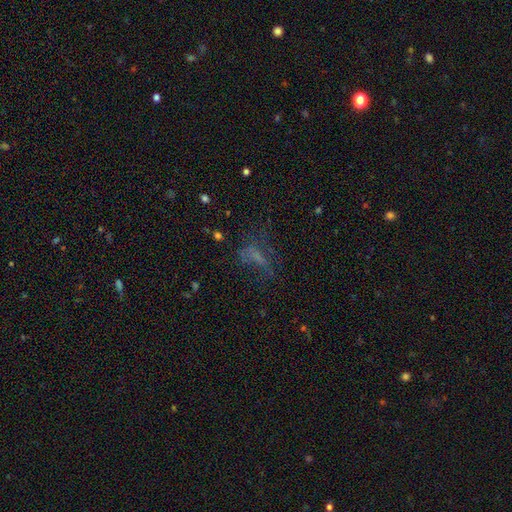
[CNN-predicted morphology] A smooth galaxy with no disk features (43%).

Vote fractions:
- Smooth or featured? smooth: 43% / star or artifact: 29% / featured or disk: 28%
- Merging? none: 40% / major disturbance: 37% / minor disturbance: 20% / merger: 4%